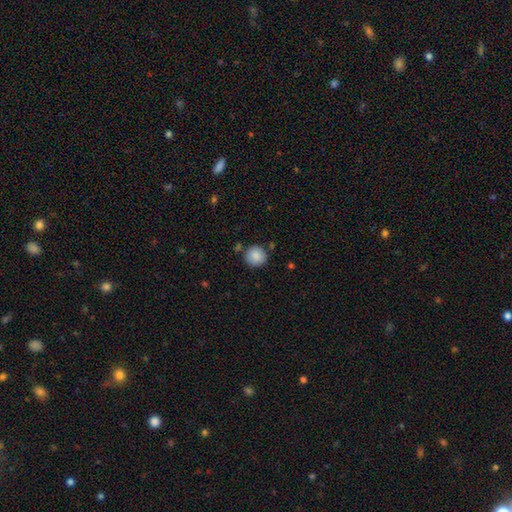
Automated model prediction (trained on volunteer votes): Smooth or featured?
  - smooth: 88% *
  - star or artifact: 8%
  - featured or disk: 4%
How rounded?
  - round: 93% *
  - in between: 6%
  - cigar-shaped: 1%
Merging?
  - none: 84% *
  - minor disturbance: 9%
  - merger: 4%
  - major disturbance: 2%